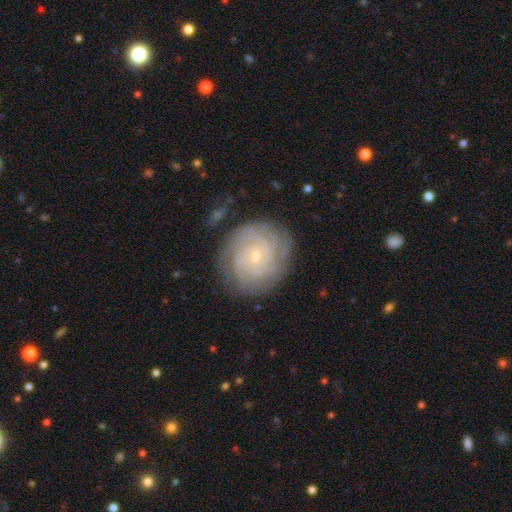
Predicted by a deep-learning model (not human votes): The model was most divided on "spiral arm count" (2-way tie): can't tell: 24%, 4: 24%, 3: 20%, 2: 16%, more than 4: 9%, 1: 7%. More confident: edge-on disk — no (98%); spiral arms — yes (98%); bulge size — small (84%); smooth or featured — featured or disk (84%); spiral winding — tight (84%); merging — none (83%); bar — no (67%).